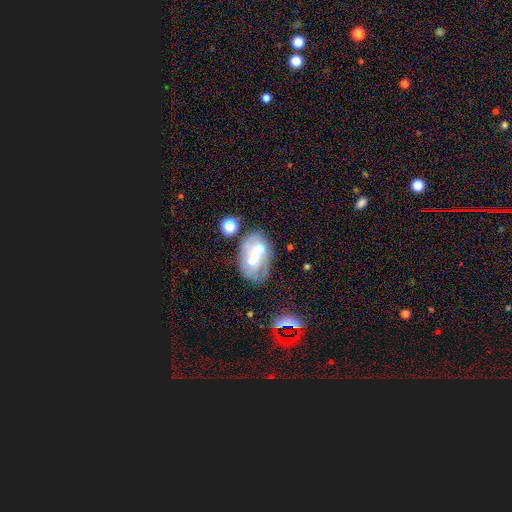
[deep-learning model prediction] Smooth or featured?
  - featured or disk: 52% *
  - smooth: 34%
  - star or artifact: 13%
Edge-on disk?
  - no: 96% *
  - yes: 4%
Bar?
  - no: 85% *
  - weak: 11%
  - strong: 4%
Spiral arms?
  - no: 83% *
  - yes: 17%
Bulge size?
  - moderate: 56% *
  - small: 28%
  - none: 7%
  - large: 6%
  - dominant: 2%
Merging?
  - merger: 47% *
  - none: 31%
  - minor disturbance: 13%
  - major disturbance: 9%